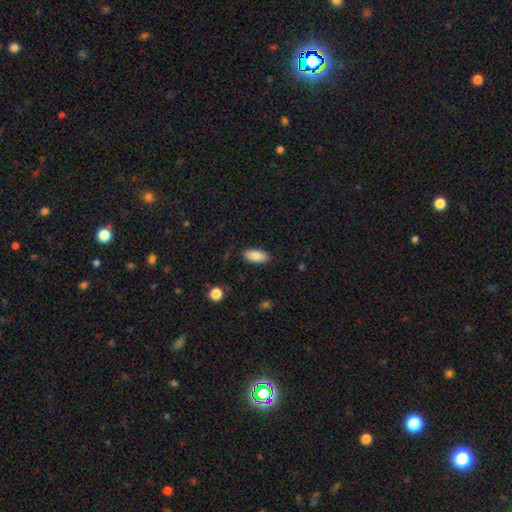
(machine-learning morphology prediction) Smooth or featured? smooth (87%)
How rounded? in between (88%)
Merging? none (86%)